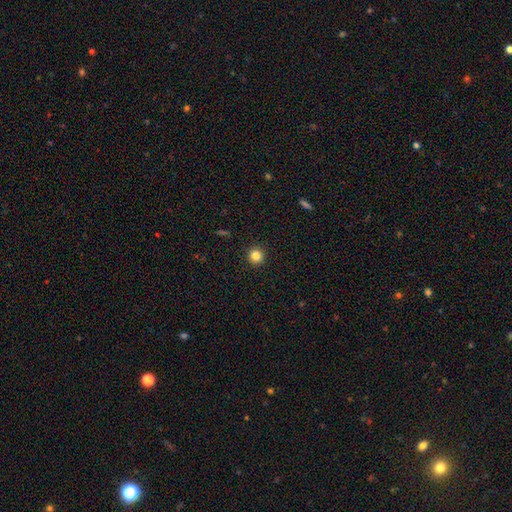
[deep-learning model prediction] A smooth galaxy with no disk features (83%) that is round (95%). Merging: none (93%).